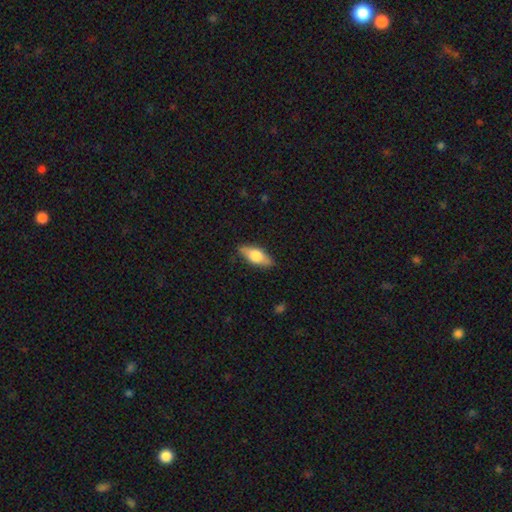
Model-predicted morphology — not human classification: Q: Smooth or featured?
A: smooth (59%); runner-up: featured or disk (35%)
Q: How rounded?
A: in between (75%); runner-up: cigar-shaped (22%)
Q: Merging?
A: none (85%); runner-up: minor disturbance (11%)